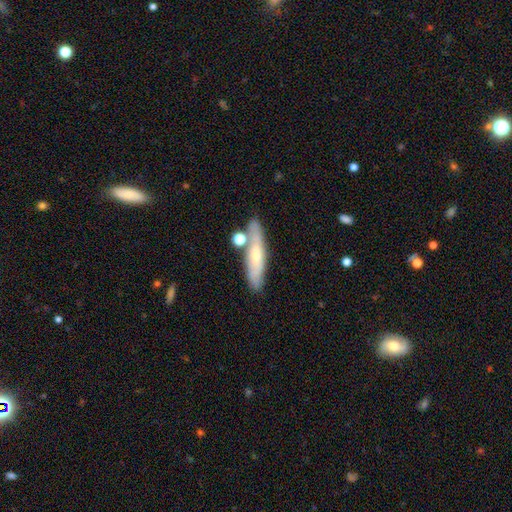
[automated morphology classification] type=smooth (52%); roundness=cigar-shaped (72%); merging=none (68%).